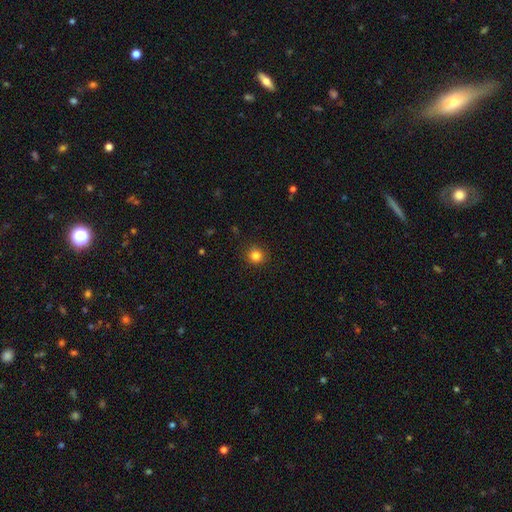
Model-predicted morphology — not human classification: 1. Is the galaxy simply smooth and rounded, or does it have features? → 83% smooth, 12% star or artifact, 5% featured or disk.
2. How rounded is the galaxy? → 91% round, 8% in between, 1% cigar-shaped.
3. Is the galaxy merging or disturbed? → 89% none, 8% minor disturbance, 2% major disturbance, 1% merger.